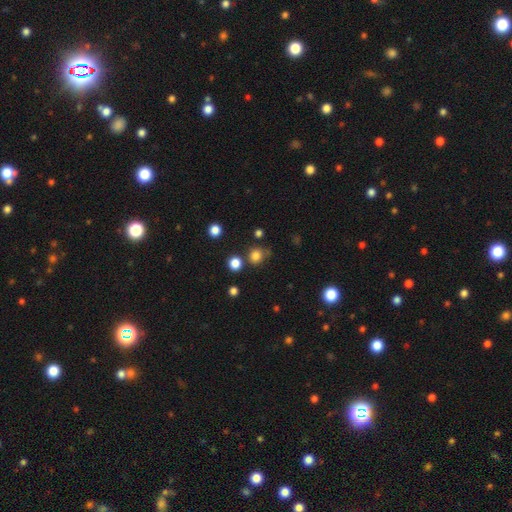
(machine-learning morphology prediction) Smooth or featured?
  - smooth: 80% *
  - star or artifact: 15%
  - featured or disk: 5%
How rounded?
  - round: 89% *
  - in between: 10%
  - cigar-shaped: 1%
Merging?
  - none: 75% *
  - minor disturbance: 11%
  - merger: 9%
  - major disturbance: 4%